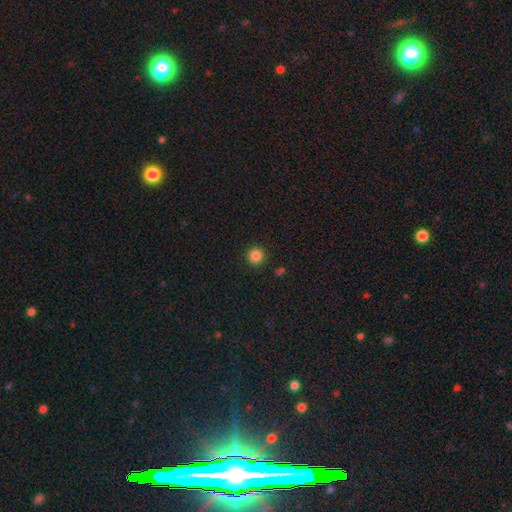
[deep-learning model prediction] A smooth galaxy with no disk features (85%) that is round (95%).

Vote fractions:
- Smooth or featured? smooth: 85% / star or artifact: 12% / featured or disk: 3%
- How rounded? round: 95% / in between: 4% / cigar-shaped: 1%
- Merging? none: 92% / minor disturbance: 5% / major disturbance: 2% / merger: 1%